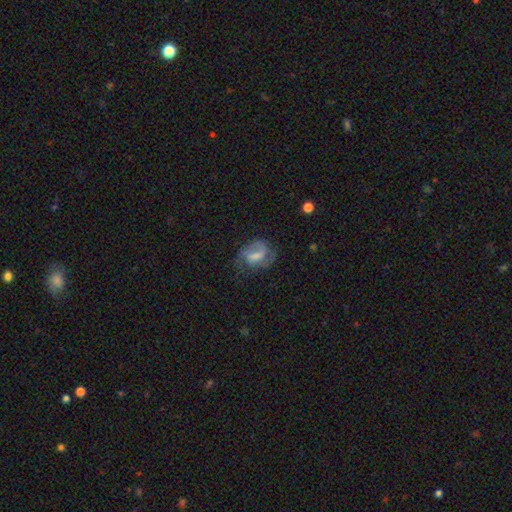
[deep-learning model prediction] Smooth or featured: featured or disk — 57% (smooth — 35%)
Edge-on disk: no — 97% (yes — 3%)
Bar: weak — 53% (no — 26%)
Spiral arms: yes — 79% (no — 21%)
Bulge size: moderate — 38% (small — 33%)
Merging: none — 51% (minor disturbance — 26%)